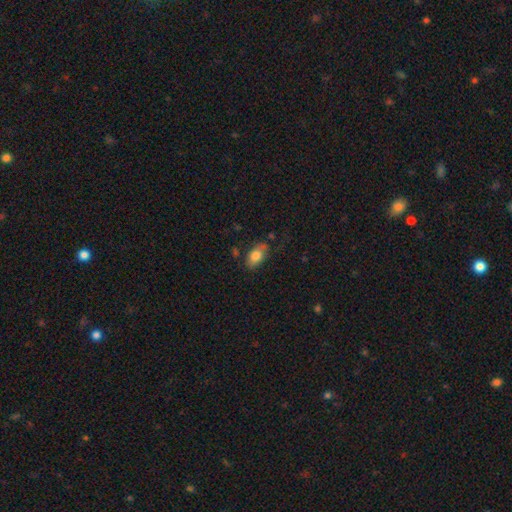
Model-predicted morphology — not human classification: Smooth or featured? smooth (79%)
How rounded? in between (90%)
Merging? none (67%)